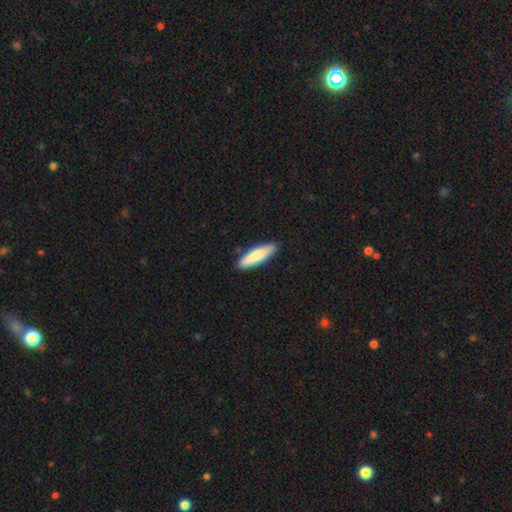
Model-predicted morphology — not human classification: Smooth or featured?
  - smooth: 82% *
  - featured or disk: 13%
  - star or artifact: 5%
How rounded?
  - cigar-shaped: 72% *
  - in between: 27%
  - round: 1%
Merging?
  - none: 88% *
  - minor disturbance: 9%
  - major disturbance: 2%
  - merger: 1%